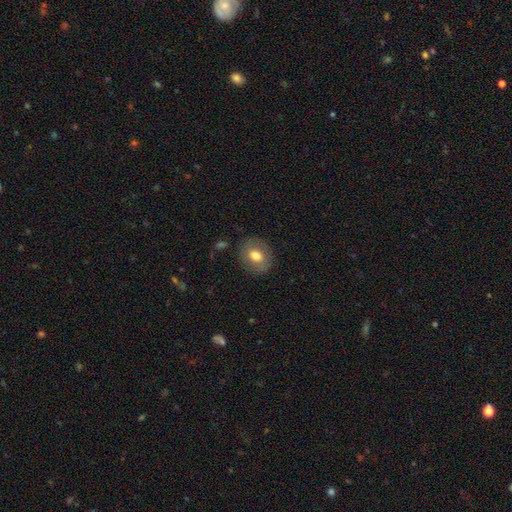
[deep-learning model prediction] Overall: smooth (71%). How rounded: round (65%; in between 34%). Merging: none (84%).